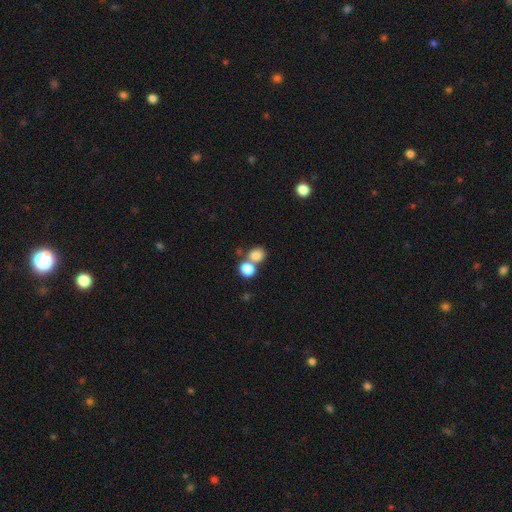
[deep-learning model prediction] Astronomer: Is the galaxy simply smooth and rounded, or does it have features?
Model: smooth — 81%.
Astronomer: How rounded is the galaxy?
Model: round — 67%.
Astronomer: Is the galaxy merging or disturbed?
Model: merger — 45% (runner-up: none, 44%).